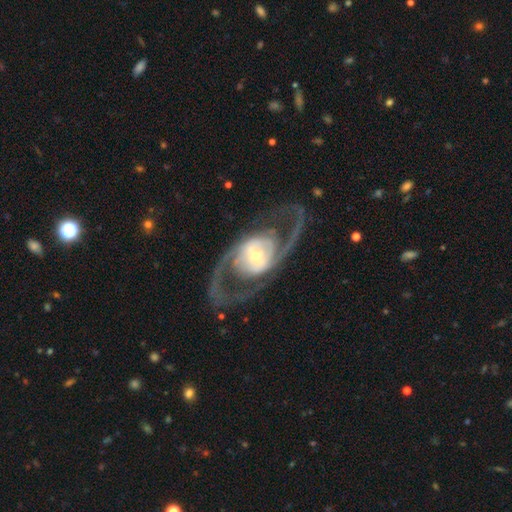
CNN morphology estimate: Q: Smooth or featured?
A: featured or disk (88%); runner-up: smooth (8%)
Q: Edge-on disk?
A: no (95%); runner-up: yes (5%)
Q: Bar?
A: no (37%); runner-up: weak (33%)
Q: Spiral arms?
A: yes (89%); runner-up: no (11%)
Q: Spiral winding?
A: medium (49%); runner-up: loose (33%)
Q: Spiral arm count?
A: 2 (89%); runner-up: can't tell (4%)
Q: Bulge size?
A: small (48%); runner-up: moderate (41%)
Q: Merging?
A: none (69%); runner-up: major disturbance (18%)